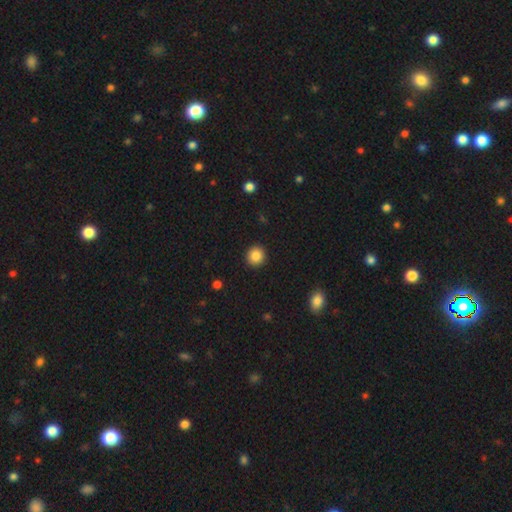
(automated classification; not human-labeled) Morphology: type=smooth (86%); roundness=round (92%); merging=none (93%).